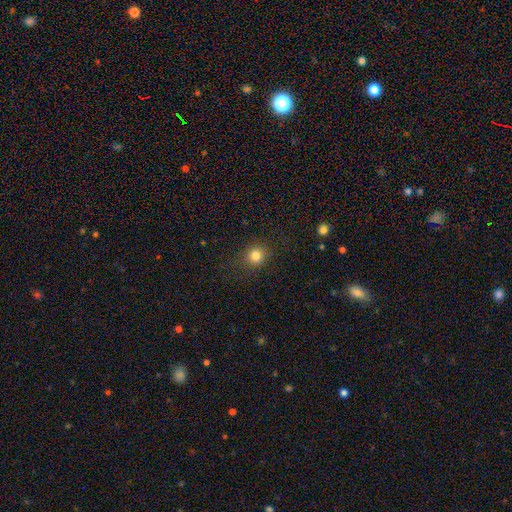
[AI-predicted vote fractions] Overall: smooth (82%). How rounded: round (85%). Merging: none (85%).